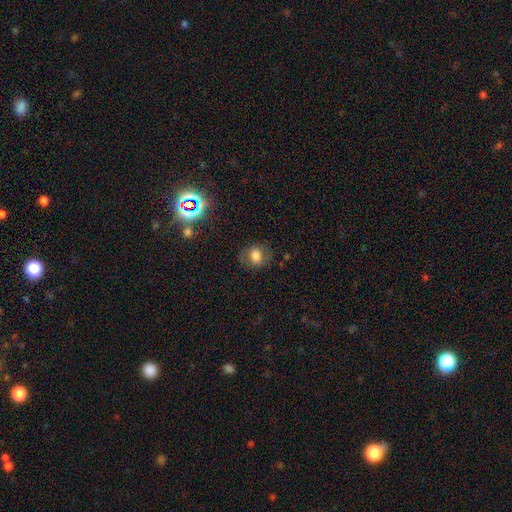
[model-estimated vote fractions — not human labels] This is likely a smooth galaxy (68%). How rounded: possibly round (59%). Merging: likely none (76%).